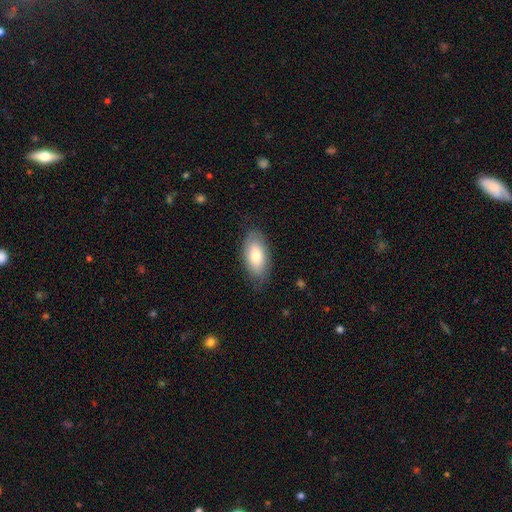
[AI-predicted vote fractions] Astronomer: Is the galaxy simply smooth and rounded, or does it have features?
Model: smooth — 76%.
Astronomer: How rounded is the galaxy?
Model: in between — 91%.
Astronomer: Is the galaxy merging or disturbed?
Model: none — 80%.